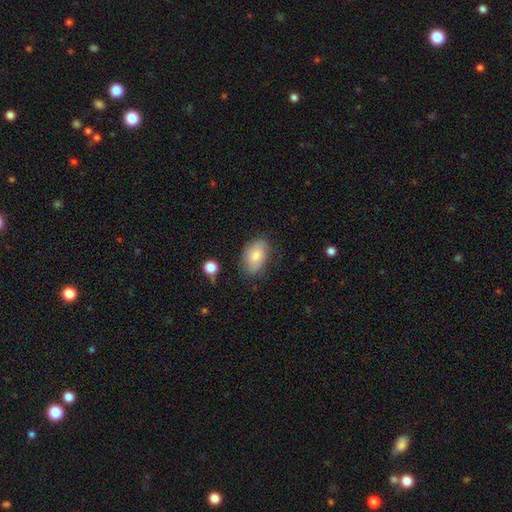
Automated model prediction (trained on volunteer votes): Smooth or featured? Predicted: smooth (p=0.77). How rounded? Predicted: in between (p=0.91). Merging? Predicted: none (p=0.72).